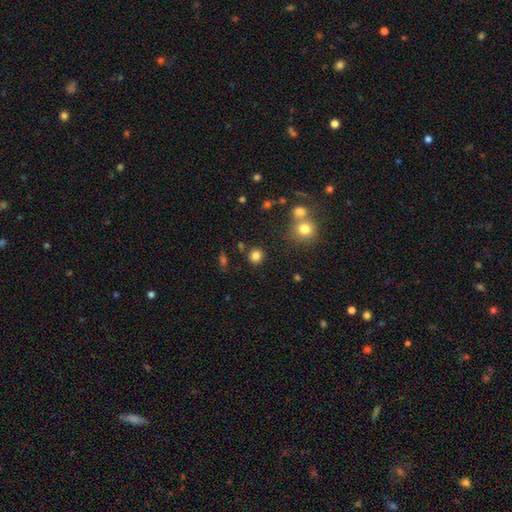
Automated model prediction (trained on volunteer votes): smooth_or_featured: smooth (p=0.82) [alt: star or artifact p=0.13]
how_rounded: round (p=0.87) [alt: in between p=0.12]
merging: none (p=0.84) [alt: minor disturbance p=0.07]